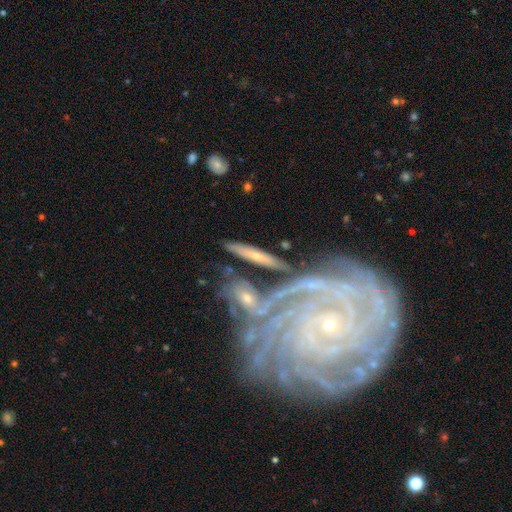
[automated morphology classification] A featured or disk galaxy (55%).

Vote fractions:
- Smooth or featured? featured or disk: 55% / smooth: 37% / star or artifact: 8%
- Edge-on disk? no: 57% / yes: 43%
- Merging? none: 65% / minor disturbance: 15% / merger: 13% / major disturbance: 7%